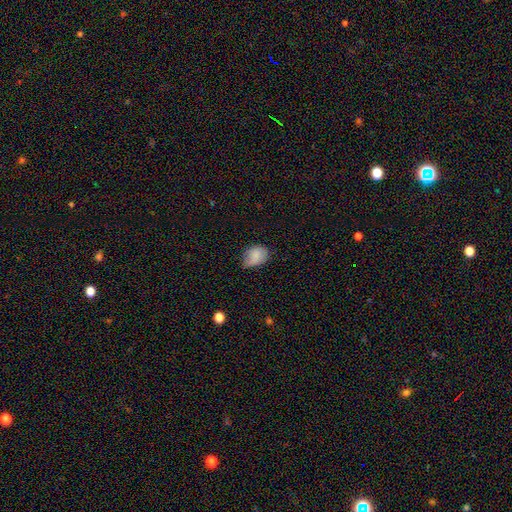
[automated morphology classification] Smooth or featured? smooth (82%)
How rounded? in between (71%)
Merging? none (49%)